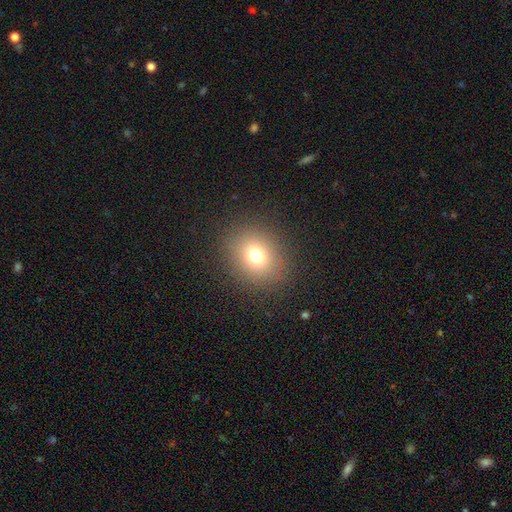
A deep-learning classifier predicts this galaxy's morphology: smooth 74%, star or artifact 16%, featured or disk 10%. Down the decision tree: how rounded — round (67%); merging — none (87%).